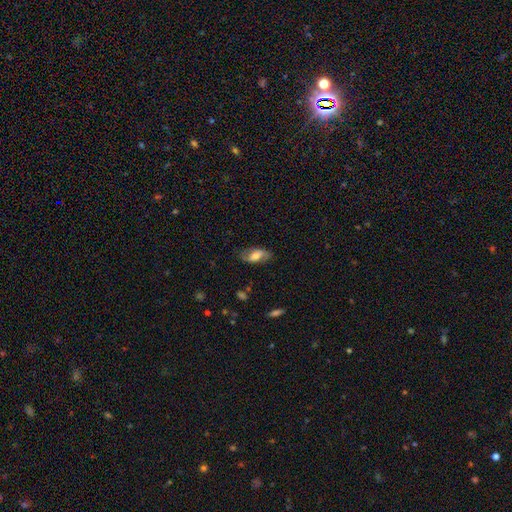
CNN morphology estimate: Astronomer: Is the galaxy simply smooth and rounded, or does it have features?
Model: smooth — 50% (runner-up: featured or disk, 43%).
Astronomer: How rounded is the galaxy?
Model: in between — 87%.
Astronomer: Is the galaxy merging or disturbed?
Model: none — 71%.